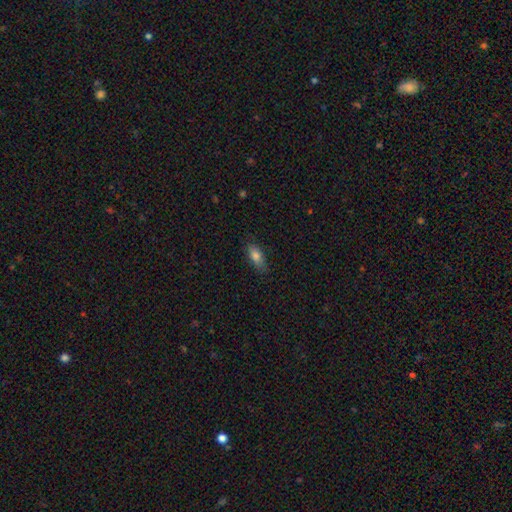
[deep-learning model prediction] A smooth galaxy with no disk features (80%) that is in between round and cigar-shaped (79%).

Vote fractions:
- Smooth or featured? smooth: 80% / featured or disk: 13% / star or artifact: 8%
- How rounded? in between: 79% / cigar-shaped: 18% / round: 3%
- Merging? none: 79% / minor disturbance: 17% / major disturbance: 3% / merger: 1%